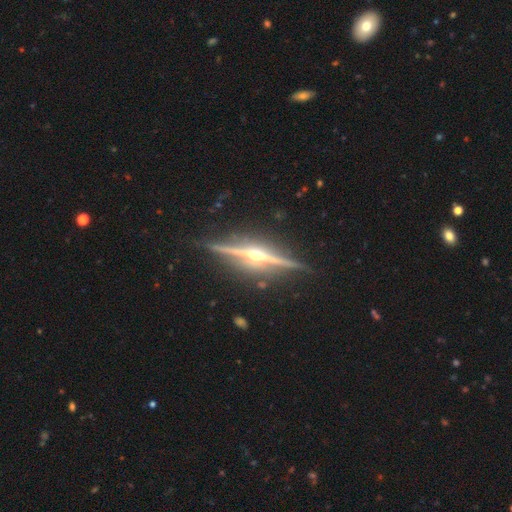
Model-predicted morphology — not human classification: The model was most divided on "merging": none: 89%, minor disturbance: 8%, major disturbance: 2%, merger: 1%. More confident: edge-on disk — yes (98%); edge-on bulge — rounded (94%); smooth or featured — featured or disk (90%).